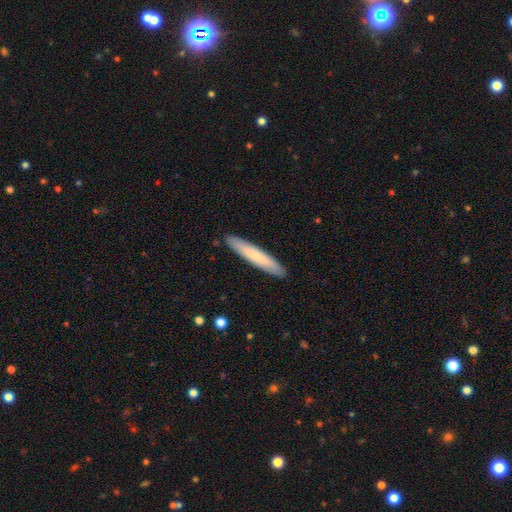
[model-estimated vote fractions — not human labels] smooth-or-featured: smooth: 71% | featured or disk: 24% | star or artifact: 5%
  how-rounded: cigar-shaped: 93% | in between: 6% | round: 1%
  merging: none: 91% | minor disturbance: 7% | major disturbance: 1% | merger: 1%